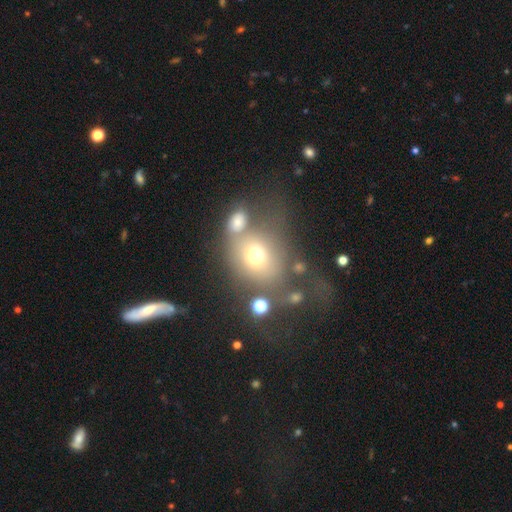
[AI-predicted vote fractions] Overall: smooth (62%; featured or disk 23%). How rounded: round (54%; in between 45%). Merging: none (33%; merger 32%).